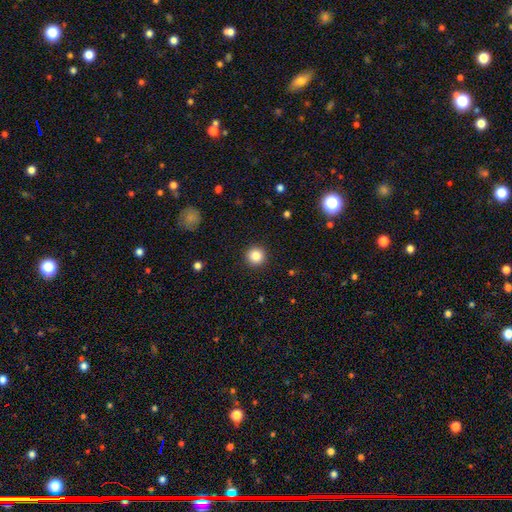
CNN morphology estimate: A smooth galaxy with no disk features (85%) that is round (96%).

Vote fractions:
- Smooth or featured? smooth: 85% / star or artifact: 10% / featured or disk: 5%
- How rounded? round: 96% / in between: 3% / cigar-shaped: 1%
- Merging? none: 93% / minor disturbance: 5% / major disturbance: 2% / merger: 1%